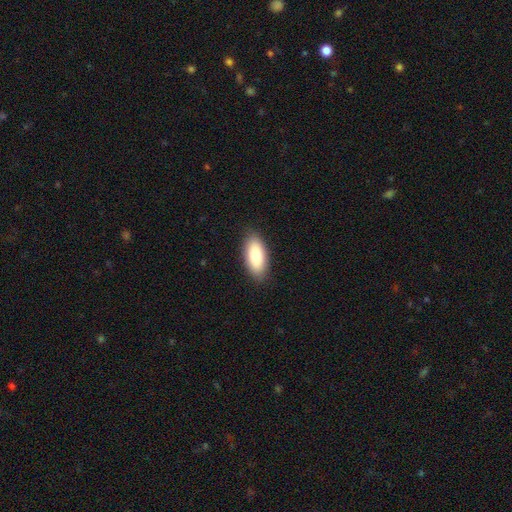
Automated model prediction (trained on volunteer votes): This is clearly a smooth galaxy (82%). How rounded: clearly in between (87%). Merging: clearly none (87%).